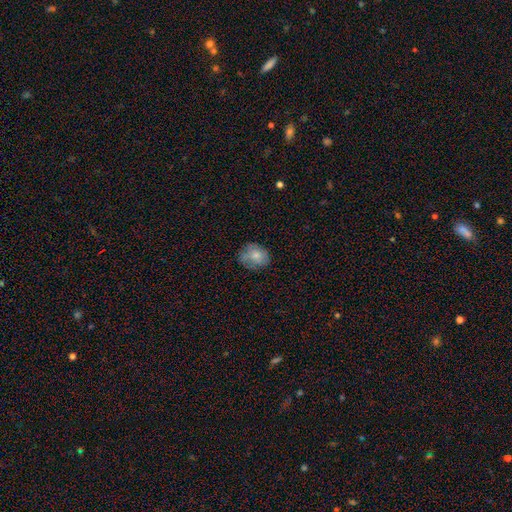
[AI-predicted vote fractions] Smooth or featured: smooth — 73% (featured or disk — 19%)
How rounded: in between — 50% (round — 49%)
Merging: none — 68% (minor disturbance — 23%)